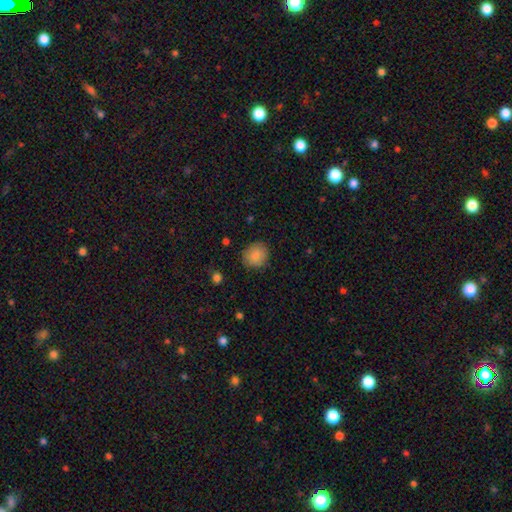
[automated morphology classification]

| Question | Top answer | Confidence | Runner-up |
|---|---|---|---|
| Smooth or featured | smooth | 86% | star or artifact (8%) |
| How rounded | round | 76% | in between (23%) |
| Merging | none | 83% | minor disturbance (12%) |